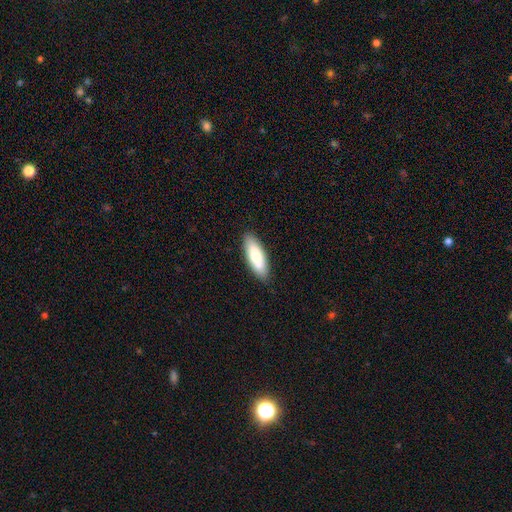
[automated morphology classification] Q: Smooth or featured?
A: smooth (78%); runner-up: featured or disk (17%)
Q: How rounded?
A: in between (66%); runner-up: cigar-shaped (33%)
Q: Merging?
A: none (86%); runner-up: minor disturbance (11%)